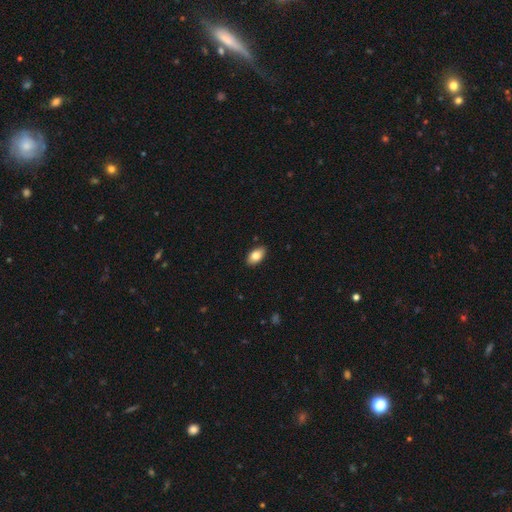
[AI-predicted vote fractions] A smooth galaxy with no disk features (84%) that is in between round and cigar-shaped (93%).

Vote fractions:
- Smooth or featured? smooth: 84% / featured or disk: 9% / star or artifact: 7%
- How rounded? in between: 93% / round: 5% / cigar-shaped: 2%
- Merging? none: 89% / minor disturbance: 9% / major disturbance: 2% / merger: 1%